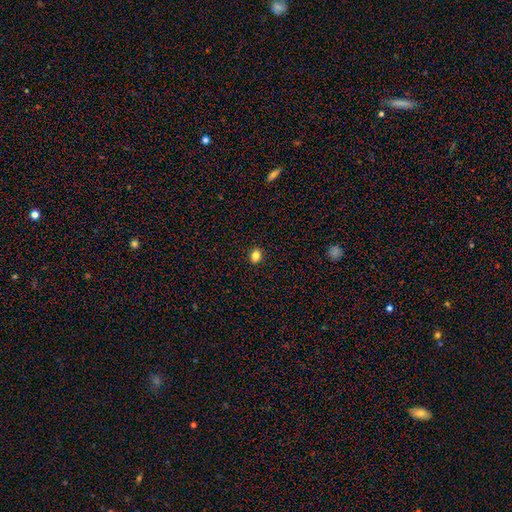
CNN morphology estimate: A smooth galaxy with no disk features (83%) that is round (50%).

Vote fractions:
- Smooth or featured? smooth: 83% / star or artifact: 12% / featured or disk: 5%
- How rounded? round: 50% / in between: 49% / cigar-shaped: 1%
- Merging? none: 91% / minor disturbance: 6% / major disturbance: 2% / merger: 1%